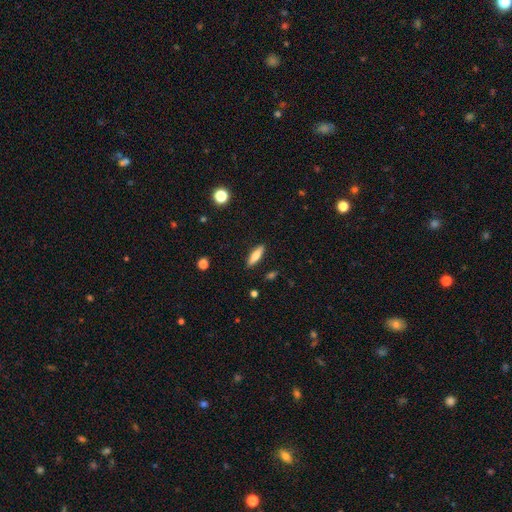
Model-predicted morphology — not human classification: Smooth or featured?
  - smooth: 77% *
  - featured or disk: 16%
  - star or artifact: 7%
How rounded?
  - cigar-shaped: 56% *
  - in between: 42%
  - round: 2%
Merging?
  - none: 89% *
  - minor disturbance: 8%
  - major disturbance: 2%
  - merger: 1%